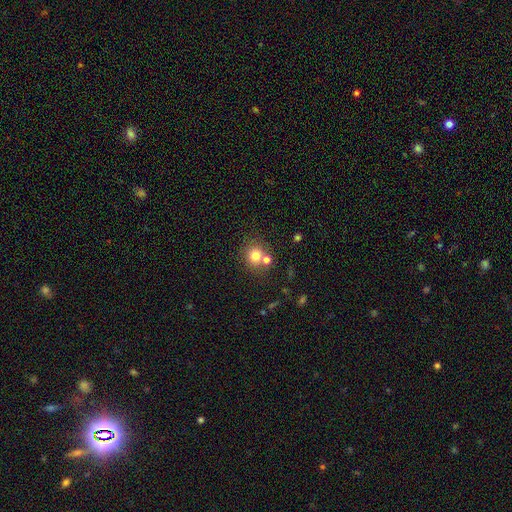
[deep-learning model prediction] Overall: smooth (76%). How rounded: round (86%). Merging: none (61%; merger 27%).